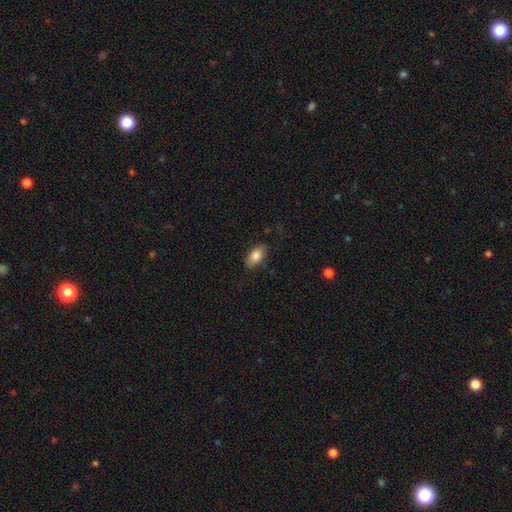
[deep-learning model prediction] A smooth galaxy with no disk features (84%) that is in between round and cigar-shaped (92%).

Vote fractions:
- Smooth or featured? smooth: 84% / featured or disk: 9% / star or artifact: 7%
- How rounded? in between: 92% / round: 5% / cigar-shaped: 3%
- Merging? none: 80% / minor disturbance: 14% / major disturbance: 4% / merger: 1%